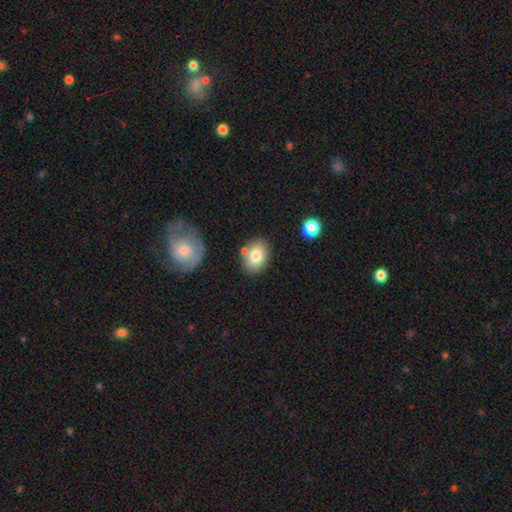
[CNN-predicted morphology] The model was most divided on "how rounded": in between: 70%, round: 29%, cigar-shaped: 1%. More confident: smooth or featured — smooth (80%); merging — none (74%).